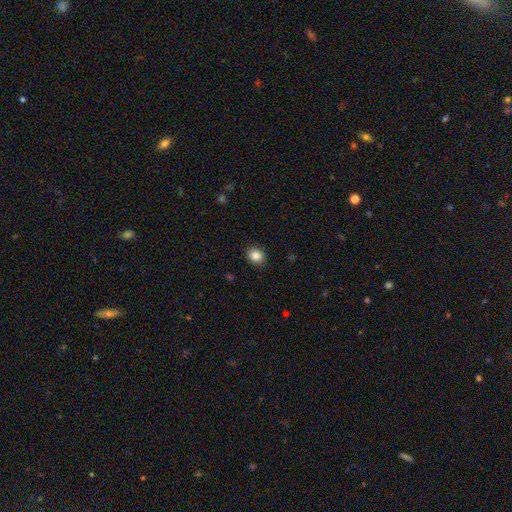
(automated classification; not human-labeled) Morphology: type=smooth (85%); roundness=round (55%); merging=none (90%).